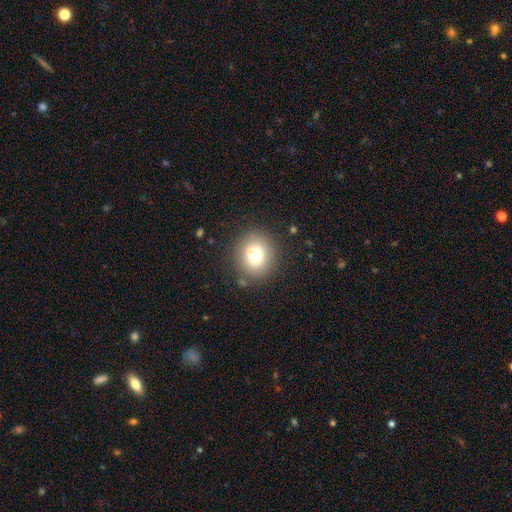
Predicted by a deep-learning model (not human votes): The model was most divided on "smooth or featured": smooth: 70%, featured or disk: 17%, star or artifact: 12%. More confident: how rounded — round (82%); merging — none (70%).